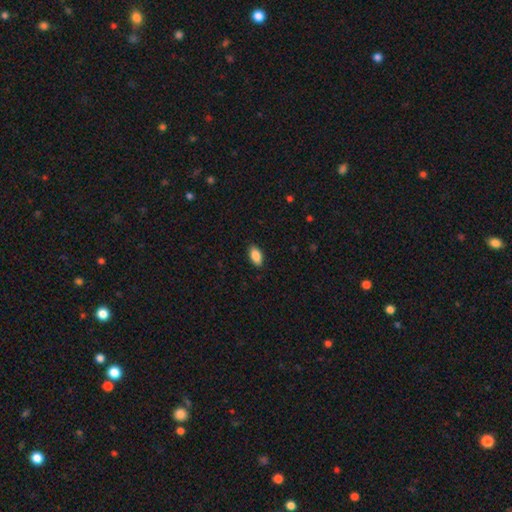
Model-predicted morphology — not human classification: Smooth or featured?
  - smooth: 88% *
  - star or artifact: 7%
  - featured or disk: 5%
How rounded?
  - in between: 92% *
  - cigar-shaped: 5%
  - round: 3%
Merging?
  - none: 89% *
  - minor disturbance: 9%
  - major disturbance: 2%
  - merger: 1%